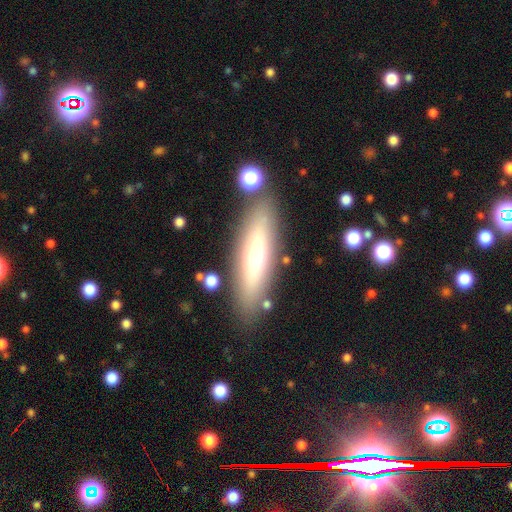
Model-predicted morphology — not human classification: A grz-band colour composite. It shows a smooth galaxy with no disk features (56%) that is cigar-shaped (58%). Merging: none (82%).